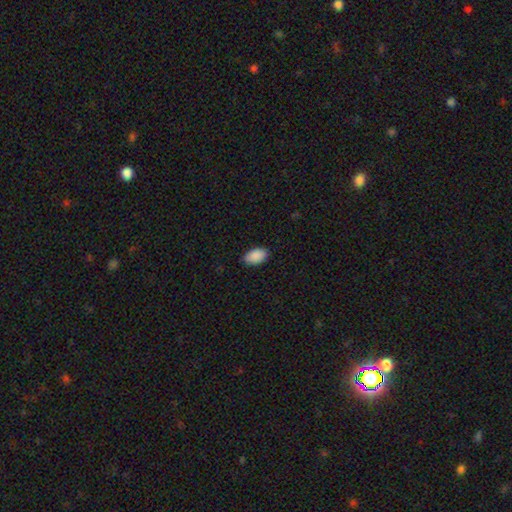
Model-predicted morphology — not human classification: Smooth or featured: smooth — 91% (star or artifact — 6%)
How rounded: in between — 94% (round — 4%)
Merging: none — 87% (minor disturbance — 10%)